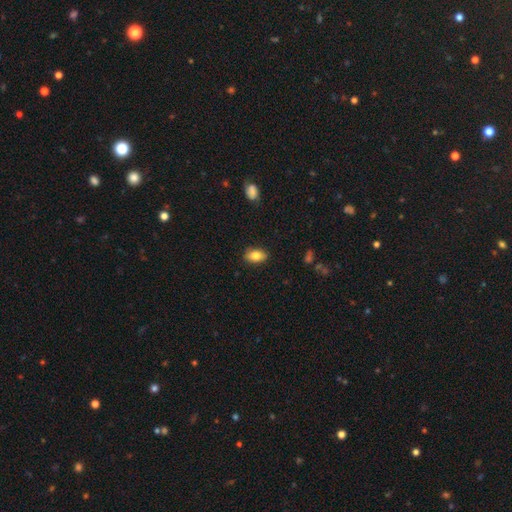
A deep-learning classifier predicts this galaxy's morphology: This appears to be a smooth galaxy with no disk features (81%) that is in between round and cigar-shaped (88%). Merging: none (86%).